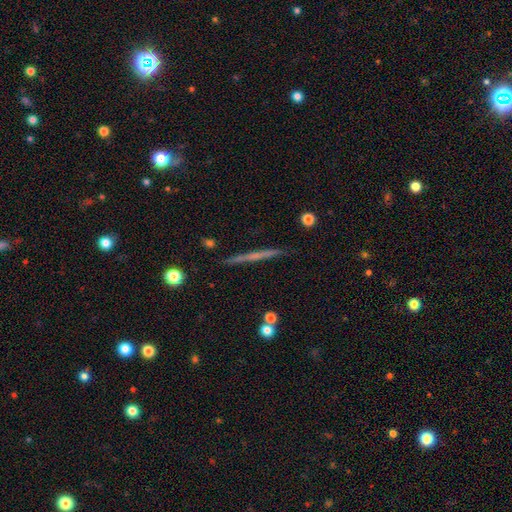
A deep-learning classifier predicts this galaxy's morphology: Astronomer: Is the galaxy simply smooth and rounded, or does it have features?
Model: featured or disk — 57% (runner-up: smooth, 36%).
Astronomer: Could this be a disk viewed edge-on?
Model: yes — 98%.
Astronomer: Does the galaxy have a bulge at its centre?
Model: none — 82%.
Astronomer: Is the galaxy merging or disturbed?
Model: none — 91%.